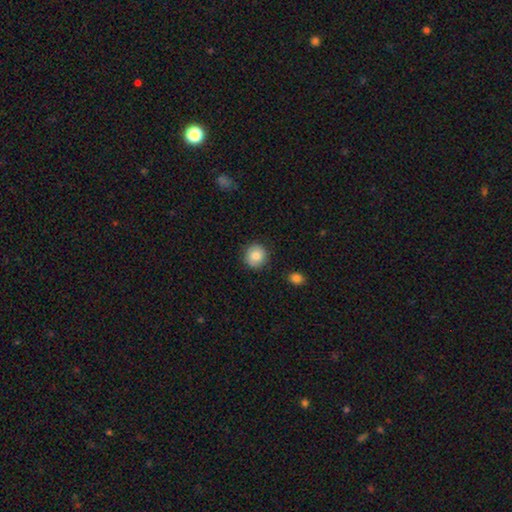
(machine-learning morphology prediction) Smooth or featured: smooth — 84% (star or artifact — 8%)
How rounded: round — 91% (in between — 8%)
Merging: none — 88% (minor disturbance — 8%)